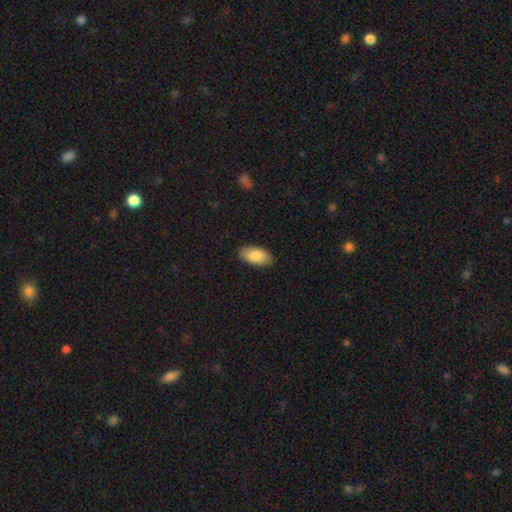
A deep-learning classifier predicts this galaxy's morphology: This appears to be a smooth galaxy with no disk features (88%) that is in between round and cigar-shaped (95%). Merging: none (87%).